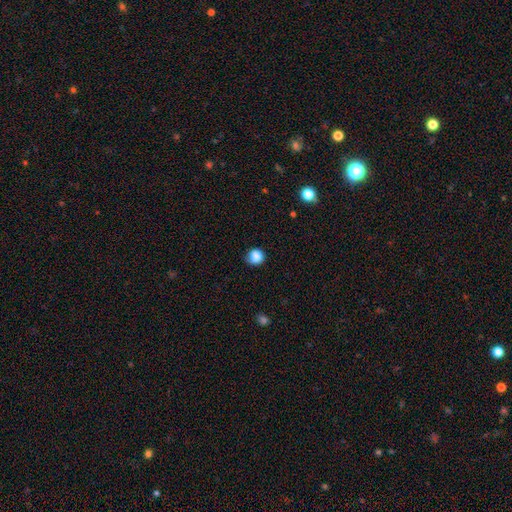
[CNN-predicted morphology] smooth-or-featured: smooth: 84% | star or artifact: 11% | featured or disk: 5%
  how-rounded: round: 86% | in between: 13% | cigar-shaped: 1%
  merging: none: 73% | minor disturbance: 21% | major disturbance: 5% | merger: 1%